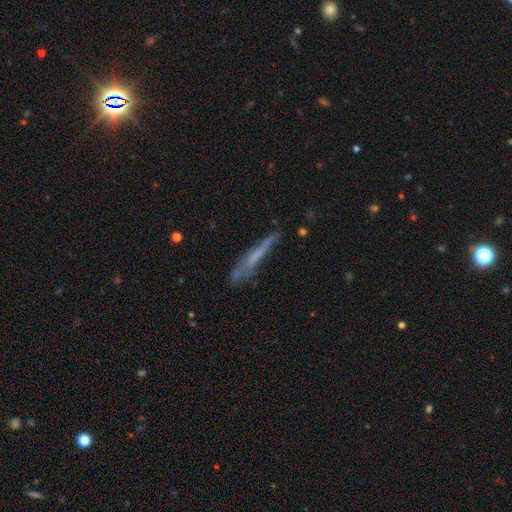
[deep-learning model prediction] Q: Smooth or featured?
A: featured or disk (45%); tied with: smooth (45%)
Q: Merging?
A: none (61%); runner-up: minor disturbance (24%)